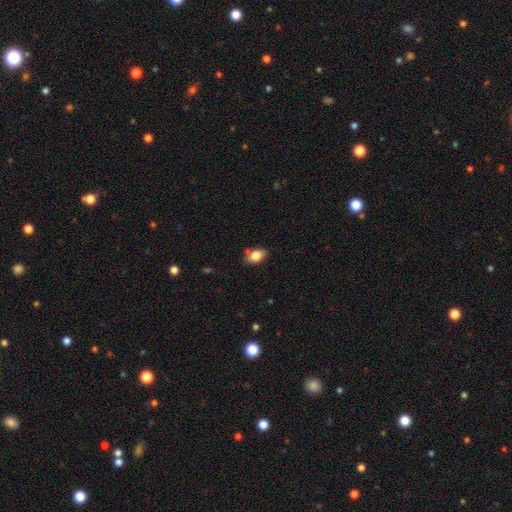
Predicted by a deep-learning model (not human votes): A smooth galaxy with no disk features (82%) that is in between round and cigar-shaped (82%). Merging: none (72%).